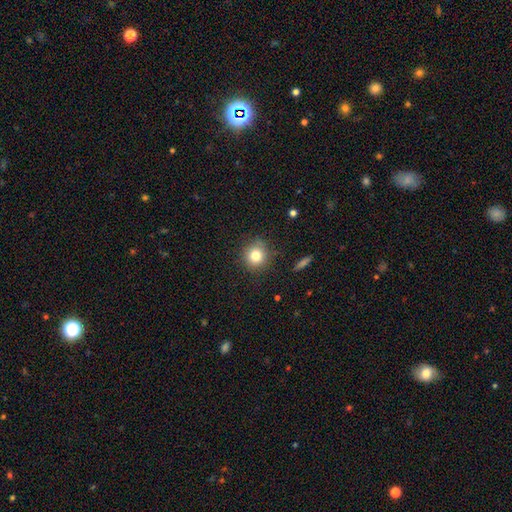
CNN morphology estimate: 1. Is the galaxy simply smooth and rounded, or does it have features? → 80% smooth, 11% star or artifact, 8% featured or disk.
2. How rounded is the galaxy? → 89% round, 10% in between, 1% cigar-shaped.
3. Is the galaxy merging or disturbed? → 84% none, 12% minor disturbance, 3% major disturbance, 2% merger.